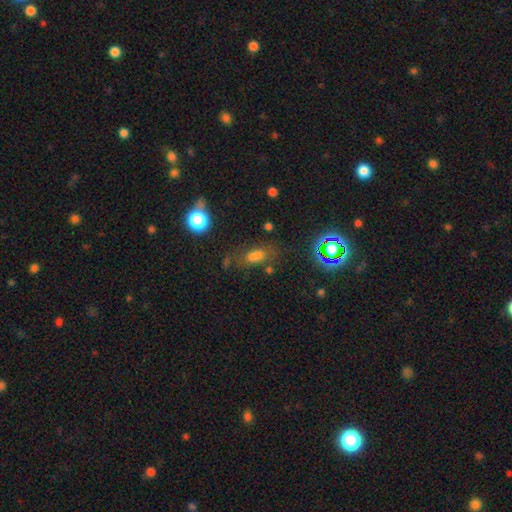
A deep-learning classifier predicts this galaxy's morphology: The model was most divided on "merging": none: 49%, merger: 24%, minor disturbance: 16%, major disturbance: 11%. More confident: how rounded — in between (60%); smooth or featured — smooth (55%).